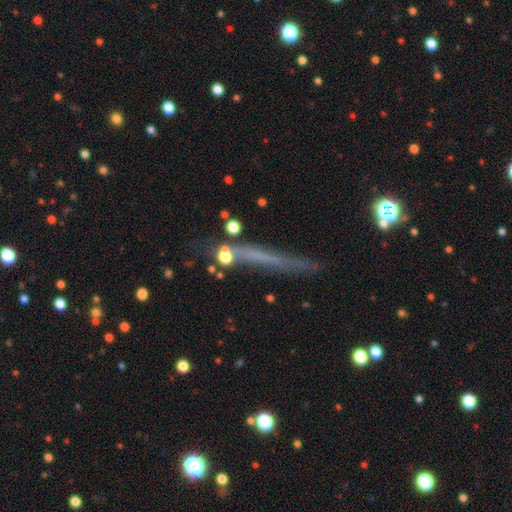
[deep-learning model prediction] Smooth or featured? Predicted: smooth (p=0.43). Merging? Predicted: none (p=0.73).